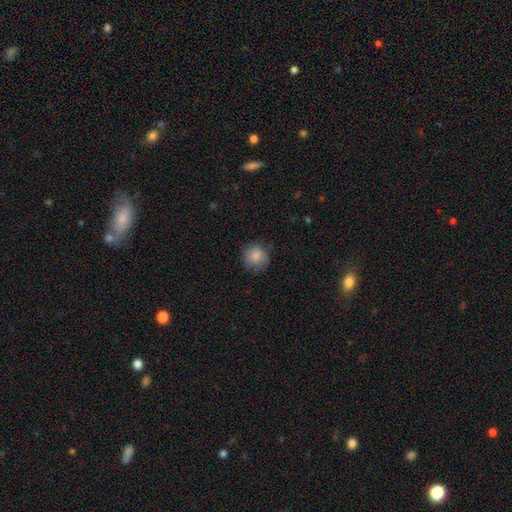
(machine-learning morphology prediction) type=smooth (84%); roundness=round (90%); merging=none (78%).